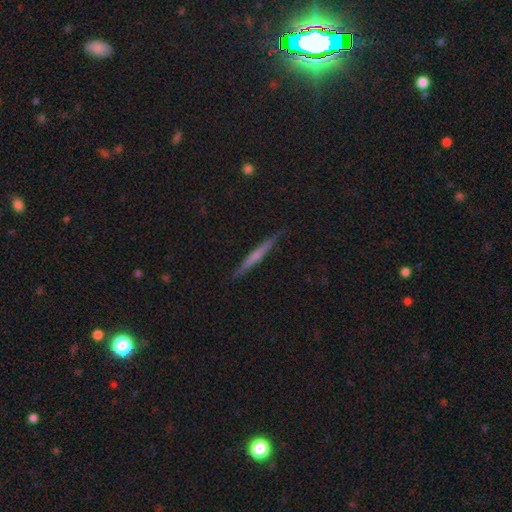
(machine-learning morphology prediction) smooth-or-featured: featured or disk: 47% | smooth: 46% | star or artifact: 6%
  merging: none: 90% | minor disturbance: 8% | major disturbance: 2% | merger: 1%